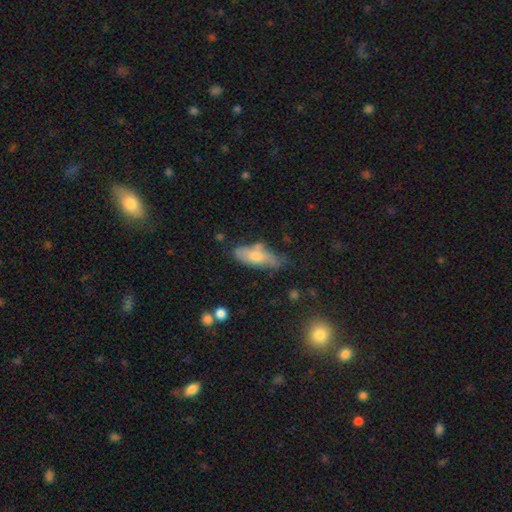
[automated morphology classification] smooth-or-featured: smooth: 59% | featured or disk: 33% | star or artifact: 7%
  how-rounded: in between: 74% | cigar-shaped: 24% | round: 3%
  merging: none: 51% | minor disturbance: 32% | major disturbance: 10% | merger: 7%